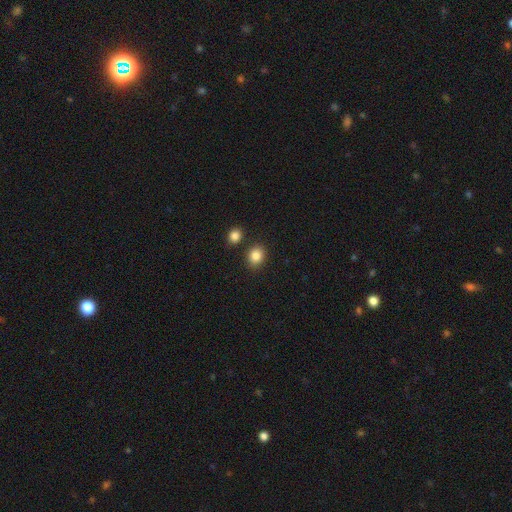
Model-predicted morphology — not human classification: This is clearly a smooth galaxy (86%). How rounded: possibly round (60%). Merging: clearly none (82%).